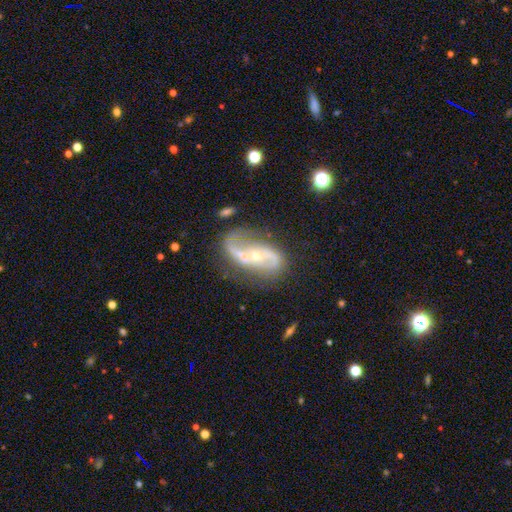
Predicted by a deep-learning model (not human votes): Smooth or featured?
  - featured or disk: 86% *
  - smooth: 8%
  - star or artifact: 6%
Edge-on disk?
  - no: 96% *
  - yes: 4%
Bar?
  - no: 51% *
  - weak: 28%
  - strong: 21%
Spiral arms?
  - yes: 92% *
  - no: 8%
Spiral winding?
  - loose: 52% *
  - medium: 36%
  - tight: 12%
Spiral arm count?
  - 2: 86% *
  - 1: 6%
  - can't tell: 5%
  - 3: 1%
  - 4: 1%
  - more than 4: 1%
Bulge size?
  - small: 58% *
  - moderate: 37%
  - large: 2%
  - none: 1%
  - dominant: 1%
Merging?
  - none: 54% *
  - minor disturbance: 19%
  - major disturbance: 14%
  - merger: 14%